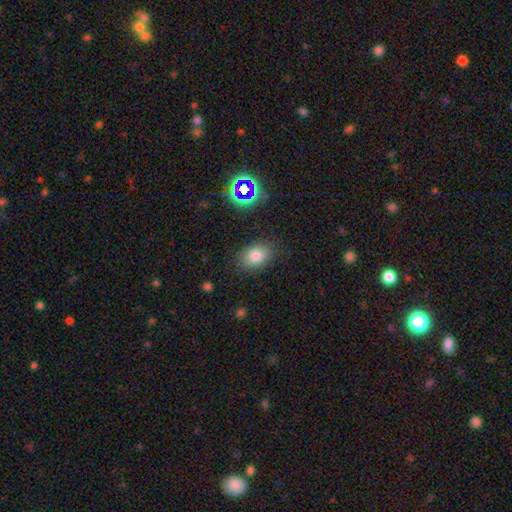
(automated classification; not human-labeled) Smooth or featured? smooth (78%)
How rounded? in between (74%)
Merging? none (82%)